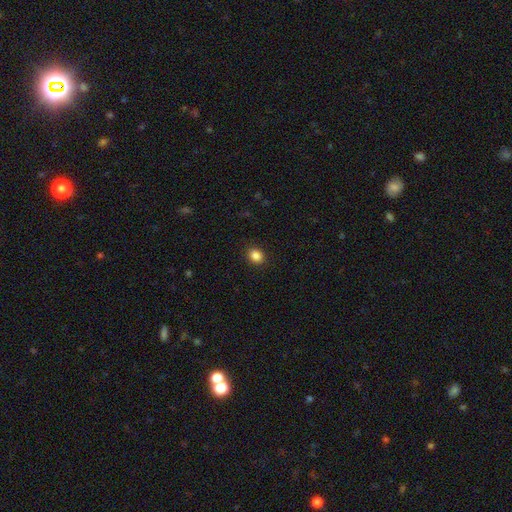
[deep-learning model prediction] Morphology: type=smooth (86%); roundness=round (61%); merging=none (90%).